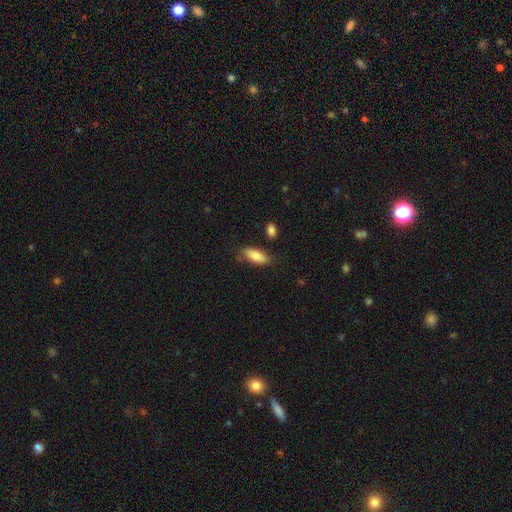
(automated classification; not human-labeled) A smooth galaxy with no disk features (80%) that is in between round and cigar-shaped (81%).

Vote fractions:
- Smooth or featured? smooth: 80% / featured or disk: 13% / star or artifact: 7%
- How rounded? in between: 81% / cigar-shaped: 16% / round: 2%
- Merging? none: 77% / minor disturbance: 16% / merger: 4% / major disturbance: 3%